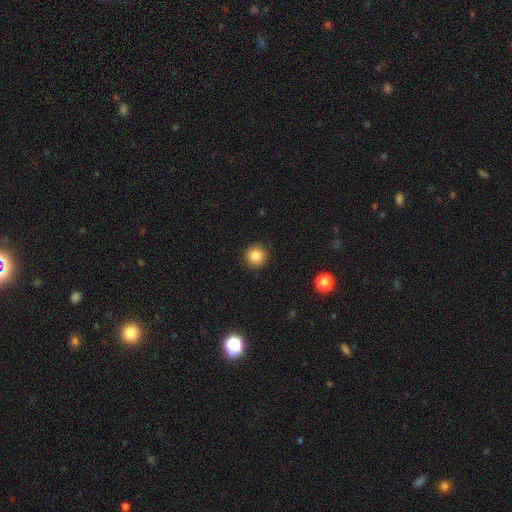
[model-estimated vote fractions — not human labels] Overall: smooth (84%). How rounded: round (94%). Merging: none (92%).